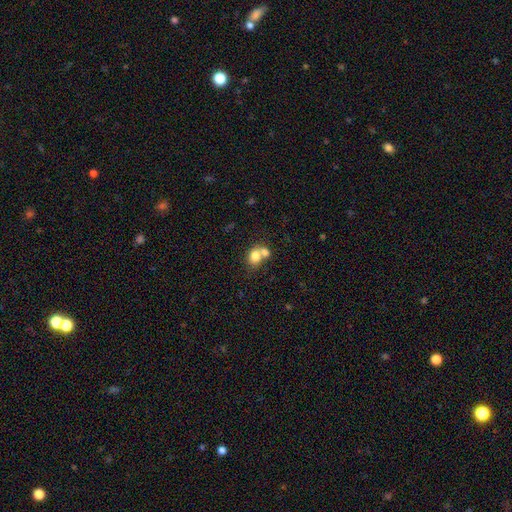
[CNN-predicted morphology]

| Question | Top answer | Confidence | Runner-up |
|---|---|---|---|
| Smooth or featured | smooth | 77% | featured or disk (13%) |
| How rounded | round | 58% | in between (41%) |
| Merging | merger | 56% | none (33%) |